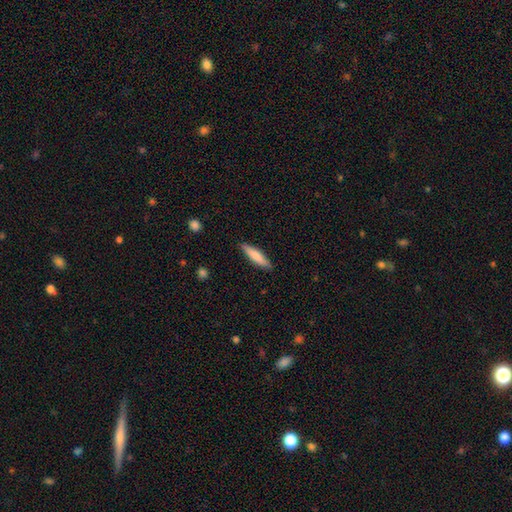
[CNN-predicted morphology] type=smooth (76%); roundness=cigar-shaped (81%); merging=none (87%).